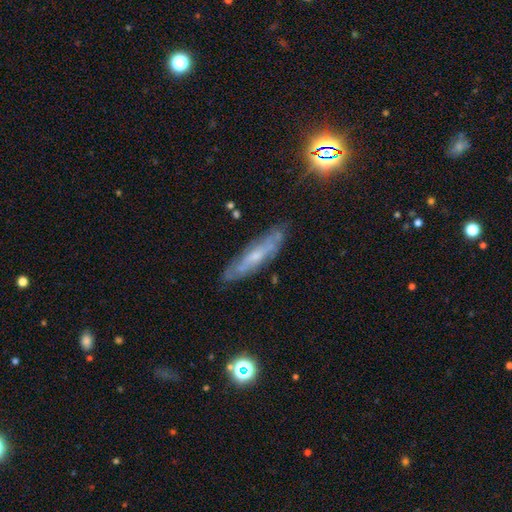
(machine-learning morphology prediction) featured or disk 63%, smooth 27%, star or artifact 10%. Down the decision tree: edge-on disk — no (52%); merging — none (77%).